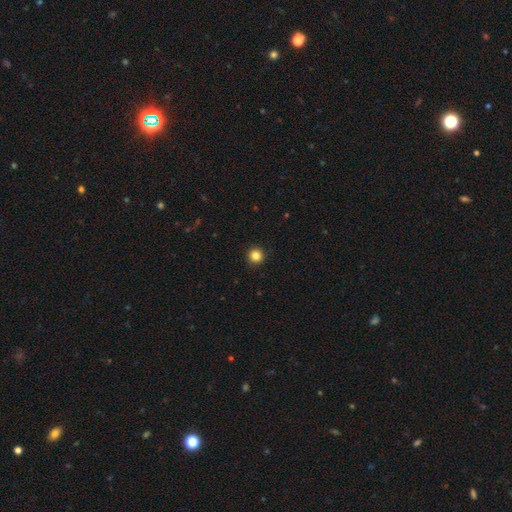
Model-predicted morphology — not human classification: smooth-or-featured: smooth: 85% | star or artifact: 11% | featured or disk: 4%
  how-rounded: round: 96% | in between: 3% | cigar-shaped: 1%
  merging: none: 93% | minor disturbance: 4% | major disturbance: 1% | merger: 1%